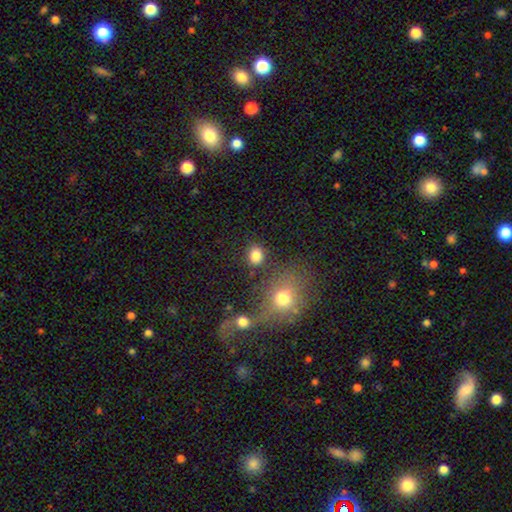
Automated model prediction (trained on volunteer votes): Overall: smooth (83%). How rounded: round (59%; in between 40%). Merging: none (80%).